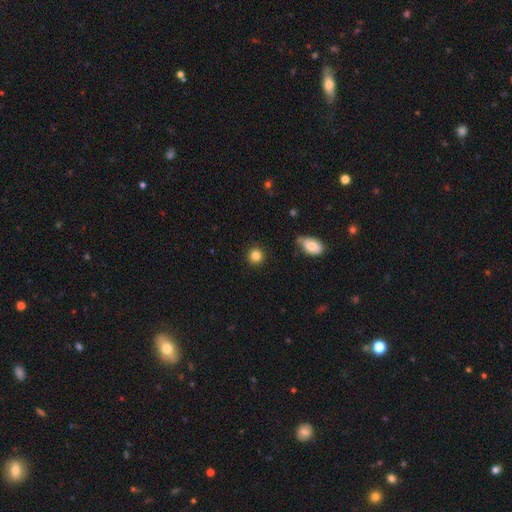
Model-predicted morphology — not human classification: Smooth or featured? smooth (84%)
How rounded? round (92%)
Merging? none (89%)